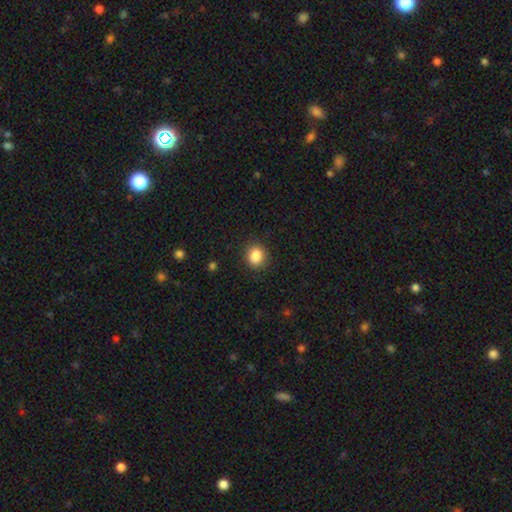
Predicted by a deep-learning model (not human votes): Smooth or featured? smooth (86%)
How rounded? round (68%)
Merging? none (88%)